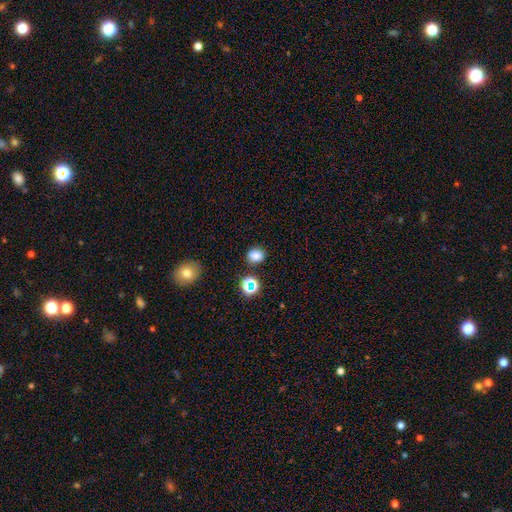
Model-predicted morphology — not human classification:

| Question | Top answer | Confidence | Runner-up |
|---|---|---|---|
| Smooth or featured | smooth | 78% | star or artifact (16%) |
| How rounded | round | 55% | in between (44%) |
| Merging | none | 83% | minor disturbance (10%) |